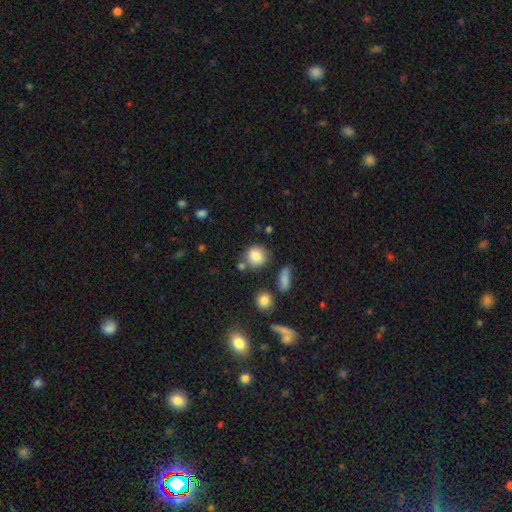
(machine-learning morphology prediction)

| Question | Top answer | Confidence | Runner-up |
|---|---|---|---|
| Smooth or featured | smooth | 82% | star or artifact (10%) |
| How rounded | round | 83% | in between (16%) |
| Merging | none | 73% | minor disturbance (14%) |